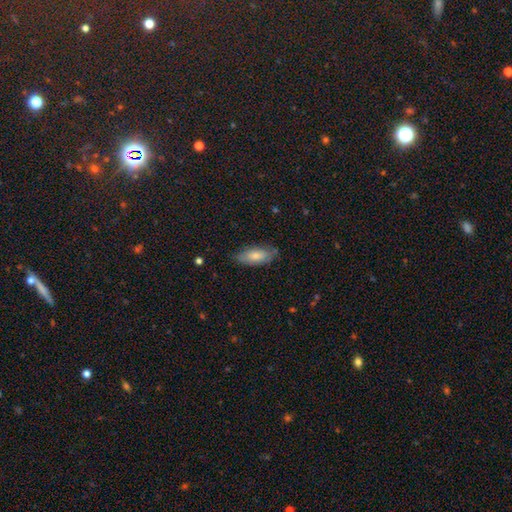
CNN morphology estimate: Smooth or featured: smooth — 77% (featured or disk — 17%)
How rounded: in between — 82% (cigar-shaped — 16%)
Merging: none — 74% (minor disturbance — 20%)